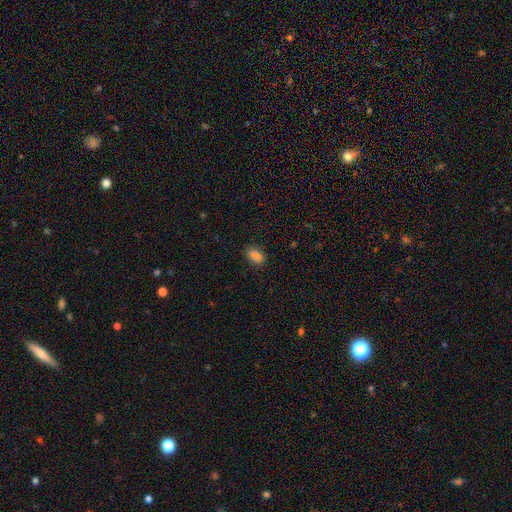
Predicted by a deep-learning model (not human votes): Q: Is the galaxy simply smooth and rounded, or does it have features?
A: smooth — 86%.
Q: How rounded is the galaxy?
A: in between — 86%.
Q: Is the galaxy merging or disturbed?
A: none — 87%.